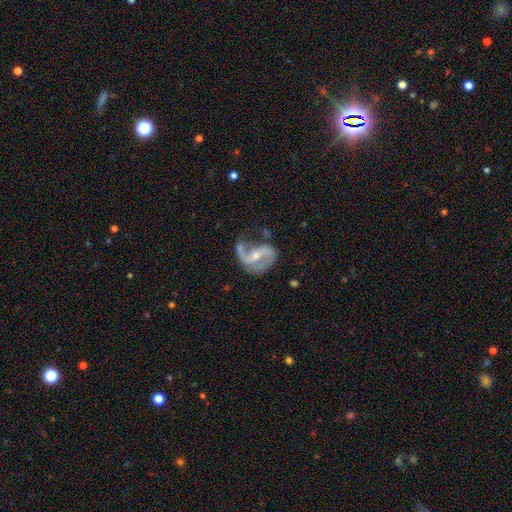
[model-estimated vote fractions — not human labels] smooth_or_featured: featured or disk (p=0.87) [alt: smooth p=0.07]
disk_edge_on: no (p=0.98) [alt: yes p=0.02]
bar: weak (p=0.42) [alt: no p=0.30]
has_spiral_arms: yes (p=0.95) [alt: no p=0.05]
spiral_winding: loose (p=0.47) [alt: medium p=0.43]
spiral_arm_count: 2 (p=0.81) [alt: 1 p=0.13]
bulge_size: small (p=0.54) [alt: moderate p=0.41]
merging: none (p=0.48) [alt: minor disturbance p=0.25]